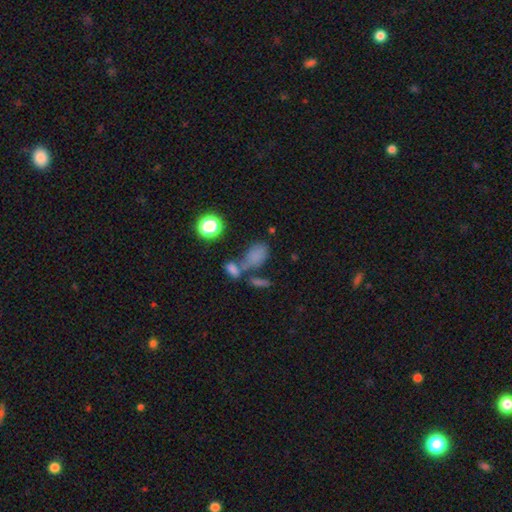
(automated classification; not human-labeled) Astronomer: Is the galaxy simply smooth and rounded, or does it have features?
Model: smooth — 73%.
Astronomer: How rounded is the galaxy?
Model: in between — 84%.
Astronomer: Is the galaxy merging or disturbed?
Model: merger — 40% (runner-up: none, 36%).